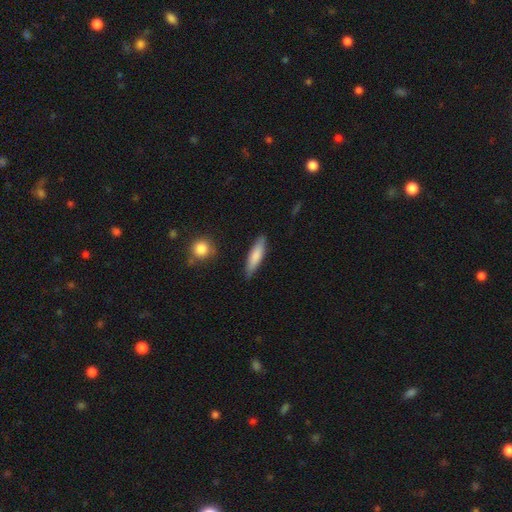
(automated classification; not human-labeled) smooth-or-featured: smooth: 78% | featured or disk: 16% | star or artifact: 5%
  how-rounded: cigar-shaped: 75% | in between: 23% | round: 2%
  merging: none: 85% | minor disturbance: 11% | major disturbance: 2% | merger: 2%